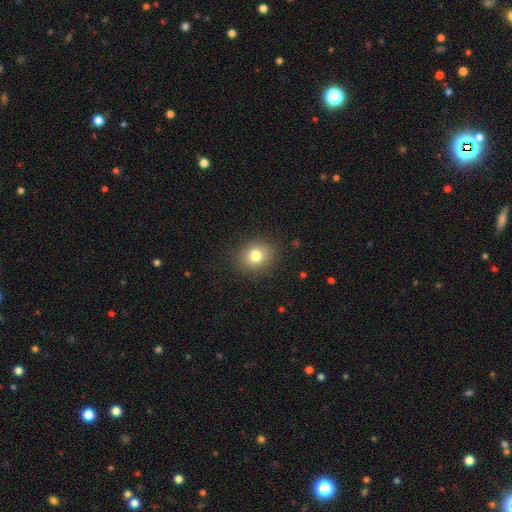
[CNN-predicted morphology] Smooth or featured? Predicted: smooth (p=0.80). How rounded? Predicted: round (p=0.68). Merging? Predicted: none (p=0.87).